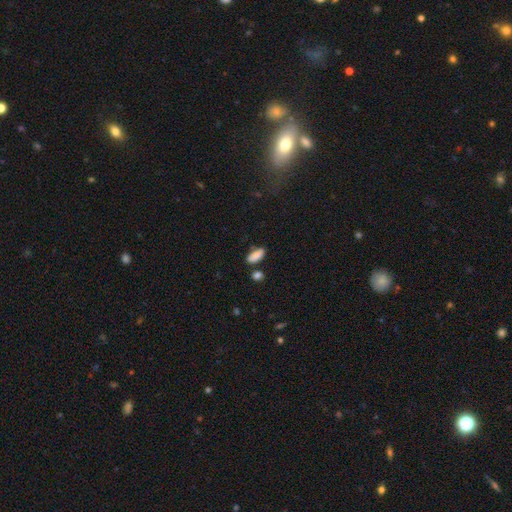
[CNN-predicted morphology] Smooth or featured? Predicted: smooth (p=0.87). How rounded? Predicted: in between (p=0.85). Merging? Predicted: none (p=0.74).